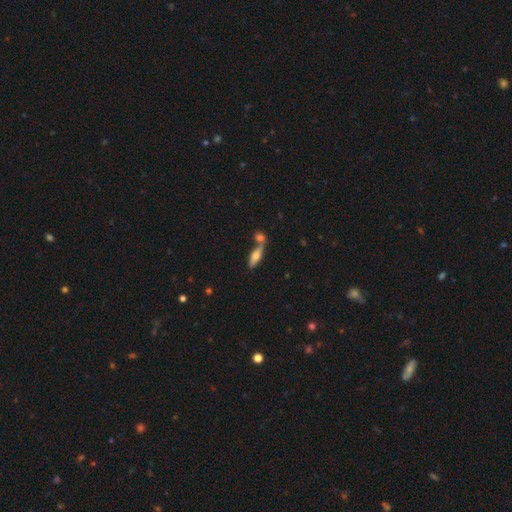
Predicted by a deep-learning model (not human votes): smooth-or-featured: smooth: 57% | featured or disk: 36% | star or artifact: 8%
  how-rounded: cigar-shaped: 51% | in between: 46% | round: 3%
  merging: none: 50% | merger: 37% | minor disturbance: 10% | major disturbance: 4%